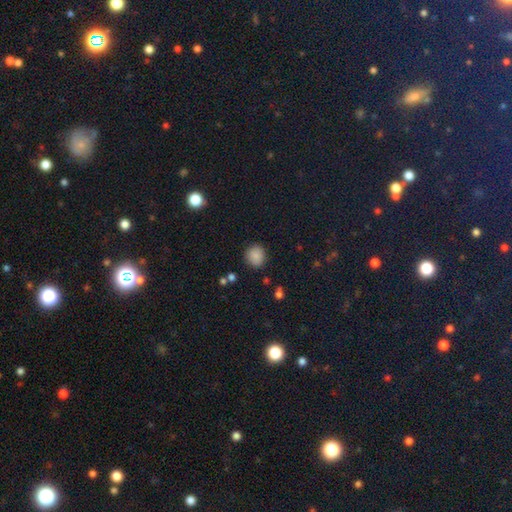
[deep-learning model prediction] smooth_or_featured: smooth (p=0.84) [alt: star or artifact p=0.11]
how_rounded: round (p=0.85) [alt: in between p=0.14]
merging: none (p=0.87) [alt: minor disturbance p=0.09]